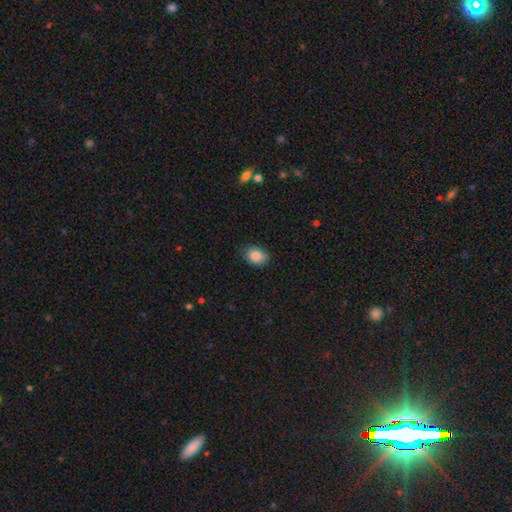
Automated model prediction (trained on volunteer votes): Morphology: type=smooth (87%); roundness=in between (74%); merging=none (79%).